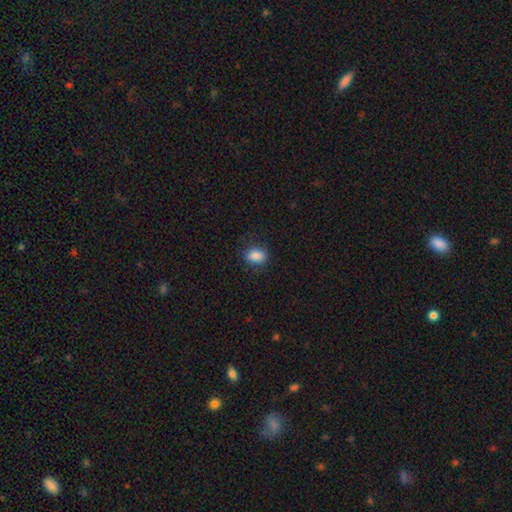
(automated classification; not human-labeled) Smooth or featured? Predicted: smooth (p=0.86). How rounded? Predicted: in between (p=0.71). Merging? Predicted: none (p=0.83).